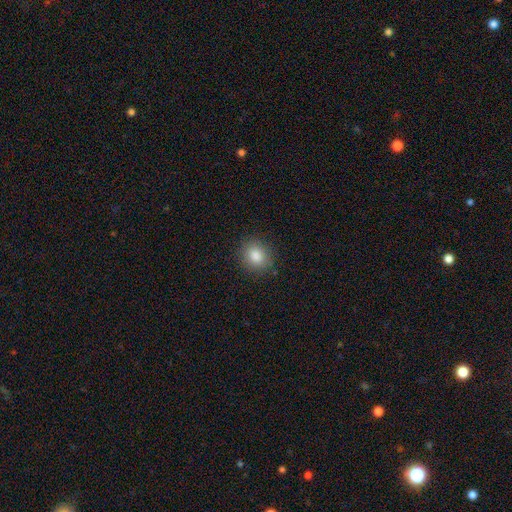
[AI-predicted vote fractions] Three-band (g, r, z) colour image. It shows a smooth galaxy with no disk features (84%) that is round (67%). Merging: none (88%).